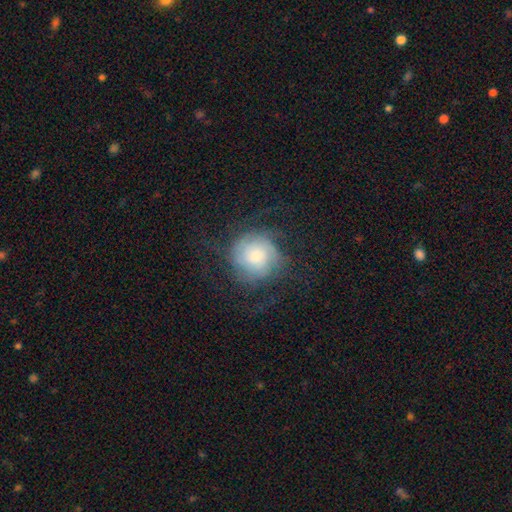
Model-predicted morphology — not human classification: A featured or disk galaxy (55%) with no bar (78%), spiral arms (86%) and a small central bulge (38%). Merging: none (62%).